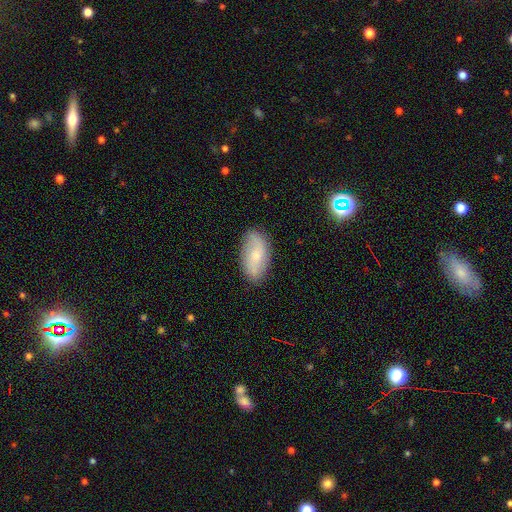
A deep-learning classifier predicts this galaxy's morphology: smooth 50%, featured or disk 43%, star or artifact 8%. Down the decision tree: merging — none (81%).